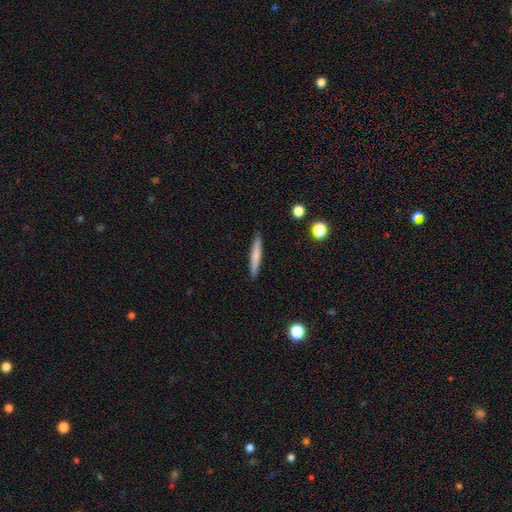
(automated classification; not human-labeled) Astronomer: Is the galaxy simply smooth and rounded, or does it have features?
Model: smooth — 70%.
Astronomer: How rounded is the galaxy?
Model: cigar-shaped — 94%.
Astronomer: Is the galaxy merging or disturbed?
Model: none — 89%.